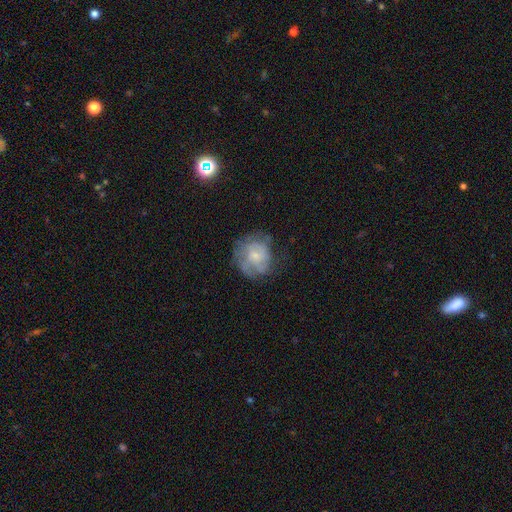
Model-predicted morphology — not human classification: Smooth or featured: featured or disk — 54% (smooth — 37%)
Edge-on disk: no — 98% (yes — 2%)
Bar: no — 74% (weak — 23%)
Spiral arms: yes — 66% (no — 34%)
Bulge size: small — 59% (moderate — 30%)
Merging: none — 56% (minor disturbance — 25%)